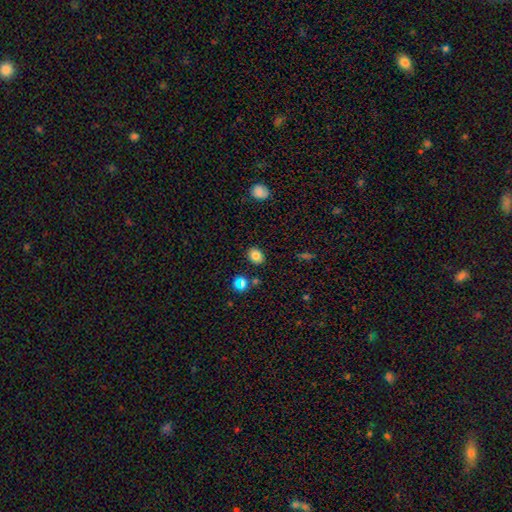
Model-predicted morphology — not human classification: Overall: smooth (80%). How rounded: in between (53%; round 46%). Merging: none (85%).